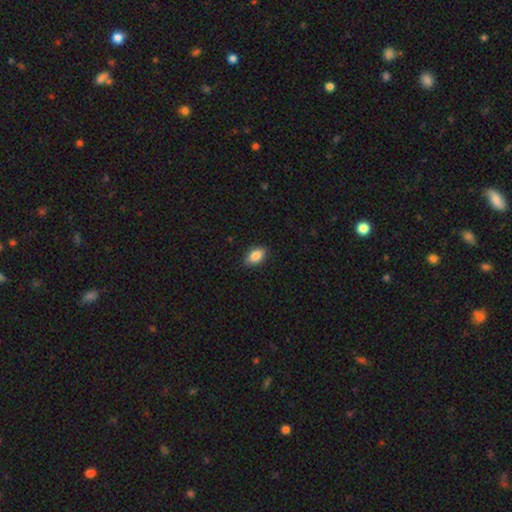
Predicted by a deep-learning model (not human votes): Smooth or featured? Predicted: smooth (p=0.81). How rounded? Predicted: in between (p=0.86). Merging? Predicted: none (p=0.82).